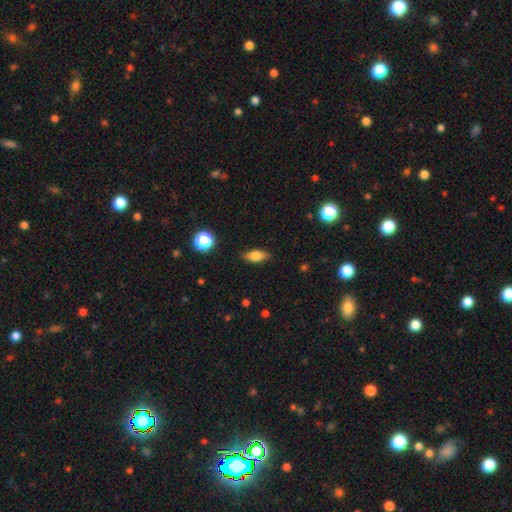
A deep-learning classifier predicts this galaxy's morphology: The model was most divided on "smooth or featured": smooth: 74%, featured or disk: 17%, star or artifact: 9%. More confident: merging — none (86%); how rounded — in between (79%).